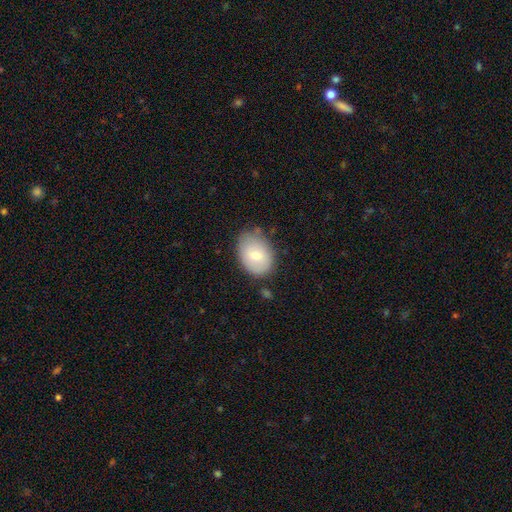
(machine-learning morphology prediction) type=smooth (76%); roundness=in between (76%); merging=none (69%).